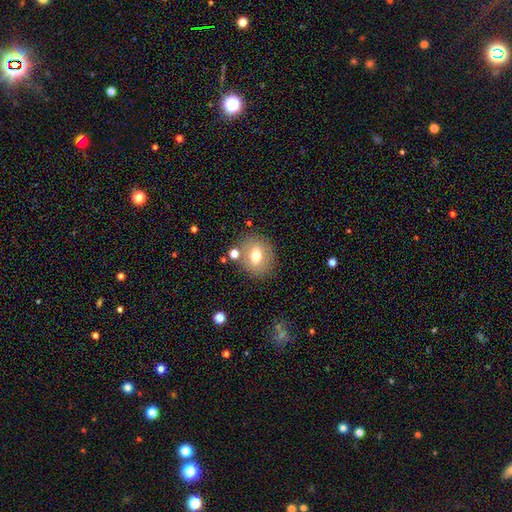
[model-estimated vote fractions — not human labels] Smooth or featured? smooth (68%)
How rounded? round (67%)
Merging? none (78%)